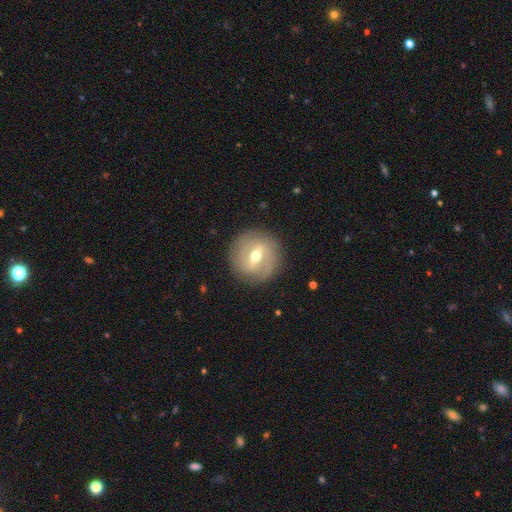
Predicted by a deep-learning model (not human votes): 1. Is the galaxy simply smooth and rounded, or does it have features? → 68% featured or disk, 25% smooth, 7% star or artifact.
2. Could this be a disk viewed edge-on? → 86% no, 14% yes.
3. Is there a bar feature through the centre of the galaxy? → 46% strong, 42% weak, 12% no.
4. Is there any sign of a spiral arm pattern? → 52% no, 48% yes.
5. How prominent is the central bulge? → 70% moderate, 24% small, 4% large, 1% dominant, 1% none.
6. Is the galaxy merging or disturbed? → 85% none, 9% minor disturbance, 4% major disturbance, 1% merger.